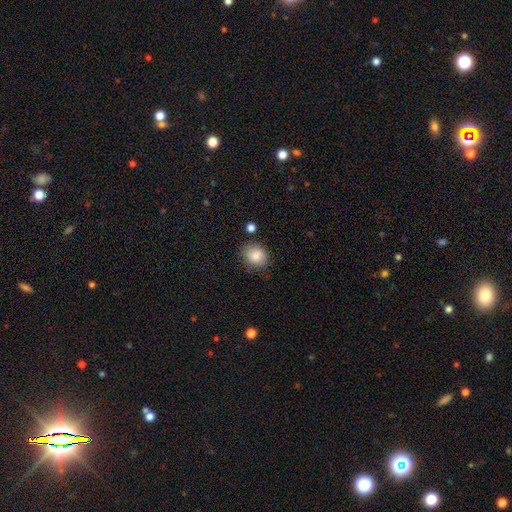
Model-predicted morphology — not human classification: Smooth or featured?
  - smooth: 86% *
  - star or artifact: 9%
  - featured or disk: 6%
How rounded?
  - round: 67% *
  - in between: 32%
  - cigar-shaped: 1%
Merging?
  - none: 79% *
  - minor disturbance: 14%
  - major disturbance: 4%
  - merger: 4%